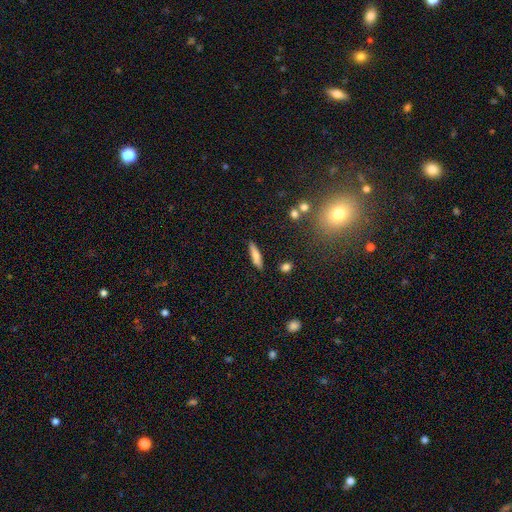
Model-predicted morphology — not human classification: smooth_or_featured: smooth (p=0.75) [alt: featured or disk p=0.18]
how_rounded: cigar-shaped (p=0.75) [alt: in between p=0.23]
merging: none (p=0.87) [alt: minor disturbance p=0.09]